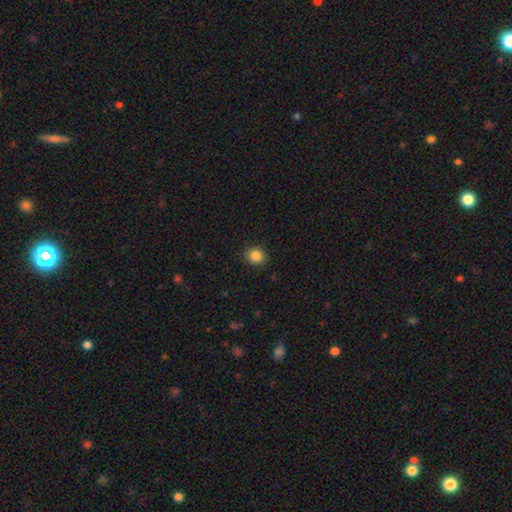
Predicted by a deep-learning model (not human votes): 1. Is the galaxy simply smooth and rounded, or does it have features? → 86% smooth, 10% star or artifact, 4% featured or disk.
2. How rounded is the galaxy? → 81% round, 18% in between, 1% cigar-shaped.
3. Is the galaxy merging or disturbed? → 90% none, 7% minor disturbance, 2% major disturbance, 1% merger.